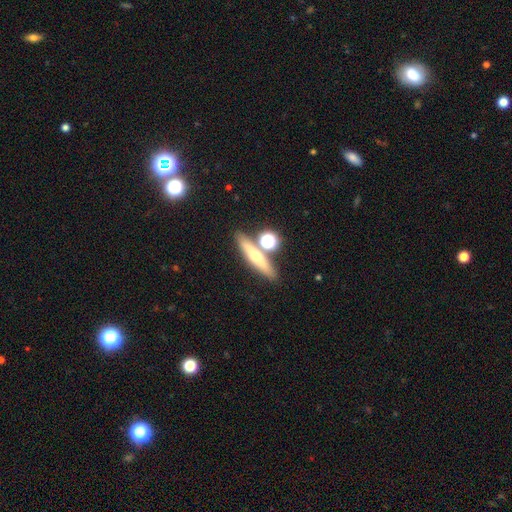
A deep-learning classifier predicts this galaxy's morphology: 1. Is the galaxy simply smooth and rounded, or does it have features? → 46% smooth, 42% featured or disk, 12% star or artifact.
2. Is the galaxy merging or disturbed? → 72% none, 15% merger, 9% minor disturbance, 3% major disturbance.